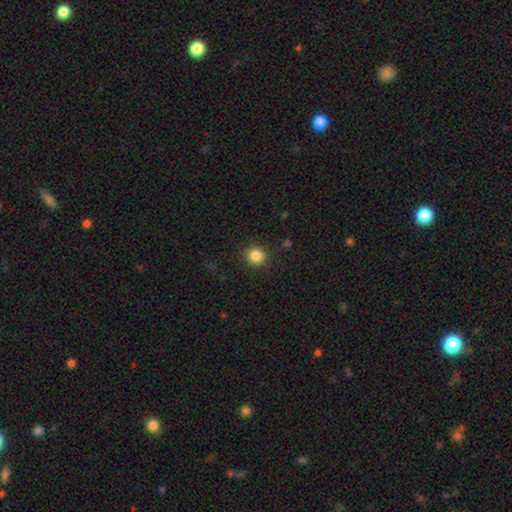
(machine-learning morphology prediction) This is clearly a smooth galaxy (84%). How rounded: clearly round (91%). Merging: clearly none (90%).